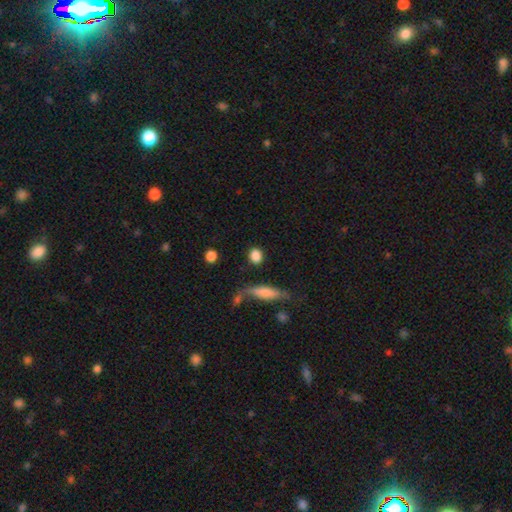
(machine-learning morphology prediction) Smooth or featured: smooth — 86% (star or artifact — 8%)
How rounded: round — 61% (in between — 34%)
Merging: none — 81% (minor disturbance — 10%)